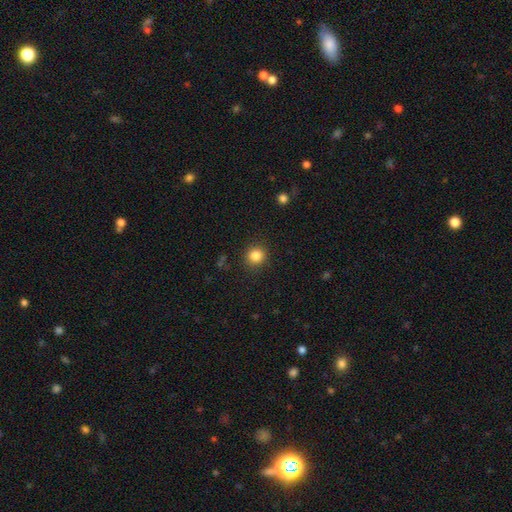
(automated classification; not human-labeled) Smooth or featured? Predicted: smooth (p=0.84). How rounded? Predicted: round (p=0.90). Merging? Predicted: none (p=0.89).